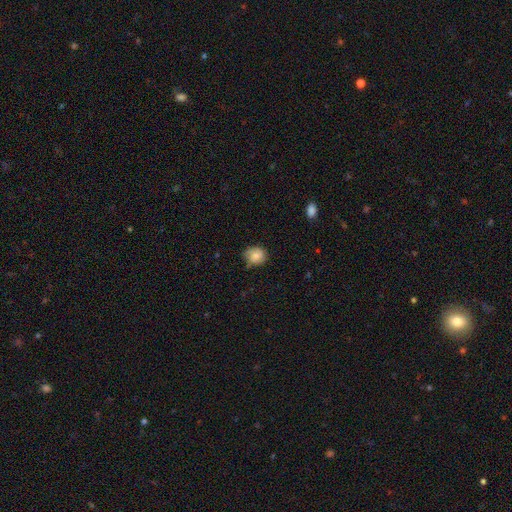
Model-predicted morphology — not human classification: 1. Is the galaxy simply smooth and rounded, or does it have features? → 71% smooth, 21% featured or disk, 8% star or artifact.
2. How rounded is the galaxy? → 69% round, 30% in between, 1% cigar-shaped.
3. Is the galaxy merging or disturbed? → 64% none, 29% minor disturbance, 6% major disturbance, 1% merger.